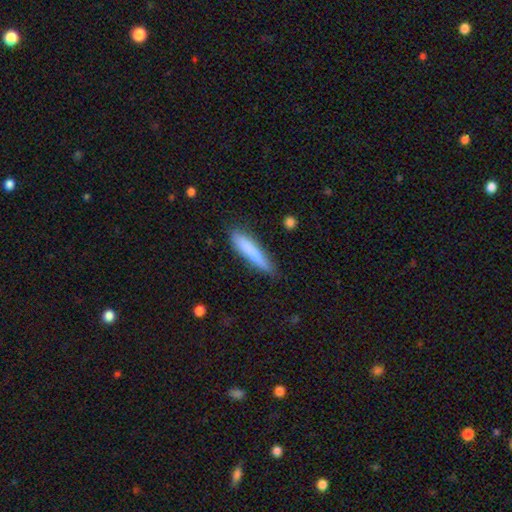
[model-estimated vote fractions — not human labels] Smooth or featured? Predicted: smooth (p=0.74). How rounded? Predicted: cigar-shaped (p=0.85). Merging? Predicted: none (p=0.76).